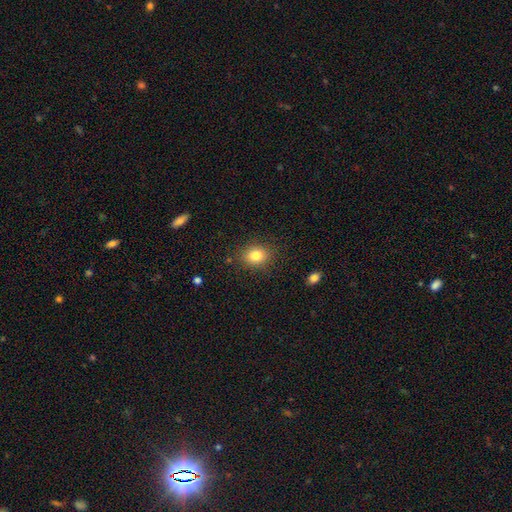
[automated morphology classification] Smooth or featured? smooth (82%)
How rounded? round (50%)
Merging? none (86%)